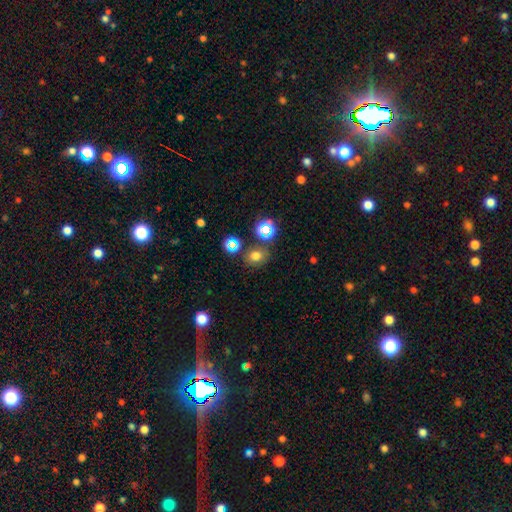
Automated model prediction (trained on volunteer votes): Smooth or featured? Predicted: smooth (p=0.67). How rounded? Predicted: round (p=0.57). Merging? Predicted: none (p=0.74).